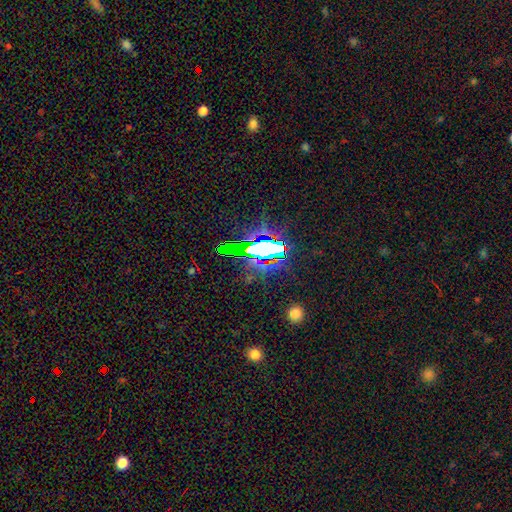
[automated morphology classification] A star or artifact, not a galaxy (72%).

Vote fractions:
- Smooth or featured? star or artifact: 72% / smooth: 16% / featured or disk: 13%